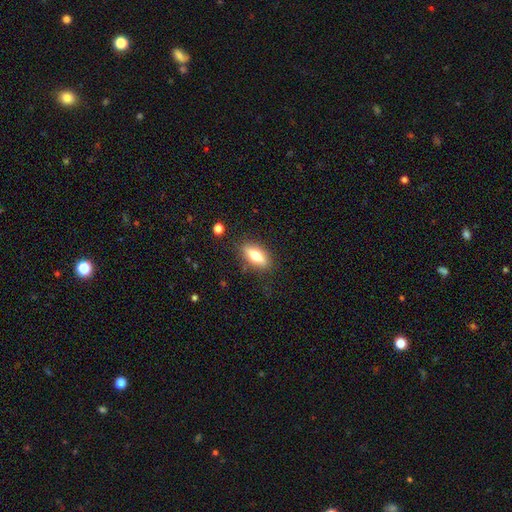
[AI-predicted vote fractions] A smooth galaxy with no disk features (61%) that is in between round and cigar-shaped (69%).

Vote fractions:
- Smooth or featured? smooth: 61% / featured or disk: 32% / star or artifact: 8%
- How rounded? in between: 69% / cigar-shaped: 27% / round: 4%
- Merging? none: 83% / minor disturbance: 12% / major disturbance: 3% / merger: 2%